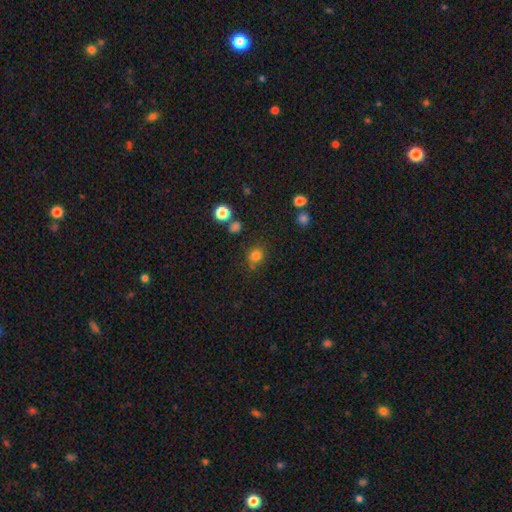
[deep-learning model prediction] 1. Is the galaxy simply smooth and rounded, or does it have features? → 80% smooth, 15% star or artifact, 5% featured or disk.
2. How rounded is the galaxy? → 79% round, 20% in between, 1% cigar-shaped.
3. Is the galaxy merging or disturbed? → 78% none, 14% minor disturbance, 4% merger, 4% major disturbance.